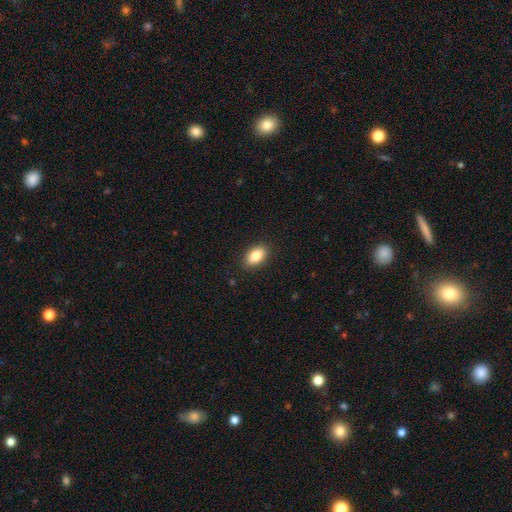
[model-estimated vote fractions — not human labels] Smooth or featured?
  - smooth: 85% *
  - featured or disk: 8%
  - star or artifact: 7%
How rounded?
  - in between: 91% *
  - round: 6%
  - cigar-shaped: 2%
Merging?
  - none: 89% *
  - minor disturbance: 8%
  - major disturbance: 2%
  - merger: 1%